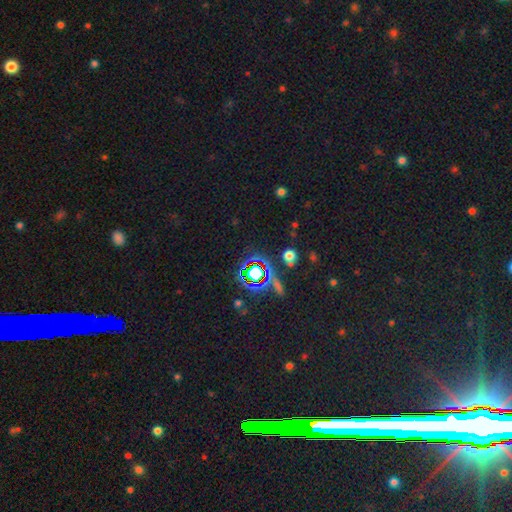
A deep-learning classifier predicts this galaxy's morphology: type=star or artifact (76%).